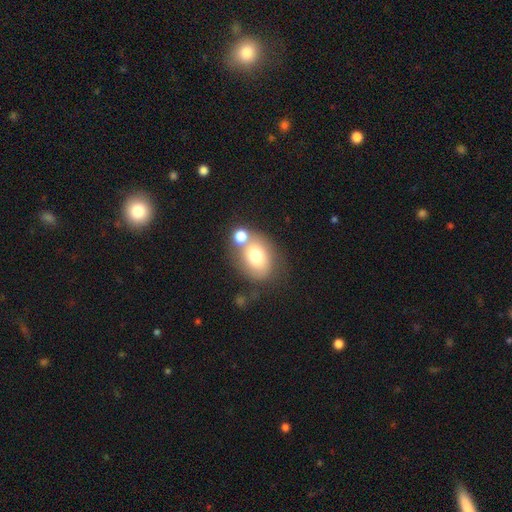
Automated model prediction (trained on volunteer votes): Q: Smooth or featured?
A: smooth (69%); runner-up: featured or disk (20%)
Q: How rounded?
A: in between (56%); runner-up: round (43%)
Q: Merging?
A: none (49%); runner-up: merger (29%)